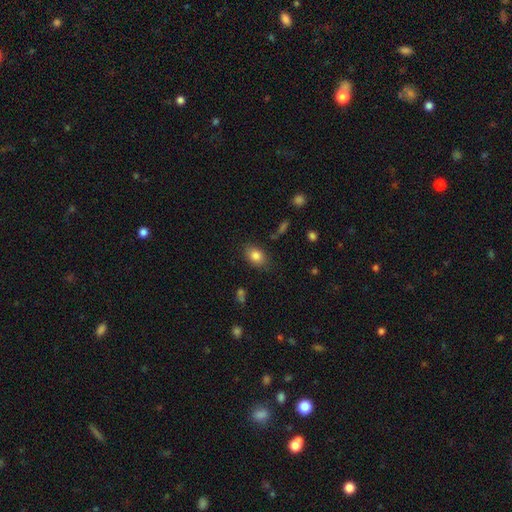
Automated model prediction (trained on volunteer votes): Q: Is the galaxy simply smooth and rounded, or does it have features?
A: smooth — 83%.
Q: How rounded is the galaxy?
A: in between — 77%.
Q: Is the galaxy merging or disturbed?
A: none — 80%.